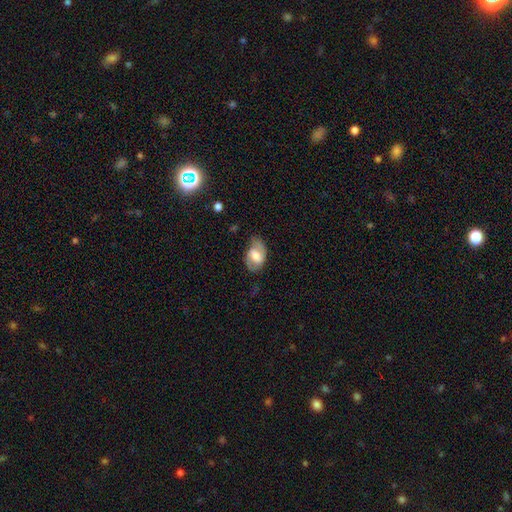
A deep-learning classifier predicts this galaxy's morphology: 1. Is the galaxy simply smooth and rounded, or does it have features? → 68% featured or disk, 25% smooth, 6% star or artifact.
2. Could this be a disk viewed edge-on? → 96% no, 4% yes.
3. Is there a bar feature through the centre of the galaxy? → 50% weak, 27% strong, 23% no.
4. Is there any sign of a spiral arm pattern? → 87% yes, 13% no.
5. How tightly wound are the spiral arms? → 50% medium, 30% tight, 21% loose.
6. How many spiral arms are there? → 85% 2, 7% can't tell, 5% 1, 1% 3, 1% 4, 1% more than 4.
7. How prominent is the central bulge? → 54% moderate, 20% small, 20% large, 4% none, 2% dominant.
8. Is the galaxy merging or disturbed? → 72% none, 20% minor disturbance, 7% major disturbance, 2% merger.